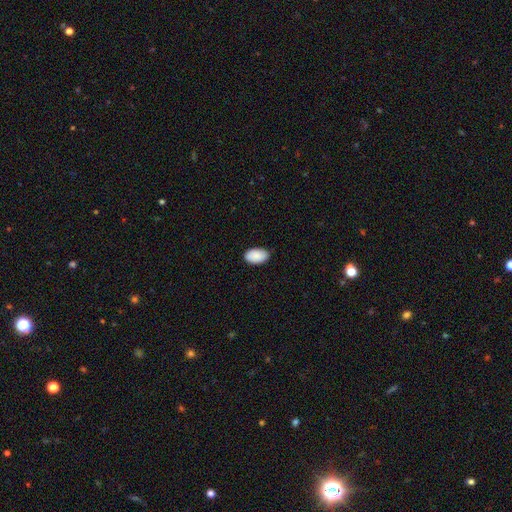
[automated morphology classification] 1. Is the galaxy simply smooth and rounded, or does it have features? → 89% smooth, 6% star or artifact, 5% featured or disk.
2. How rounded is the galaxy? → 94% in between, 5% round, 1% cigar-shaped.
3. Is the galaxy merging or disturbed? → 85% none, 12% minor disturbance, 2% major disturbance, 1% merger.